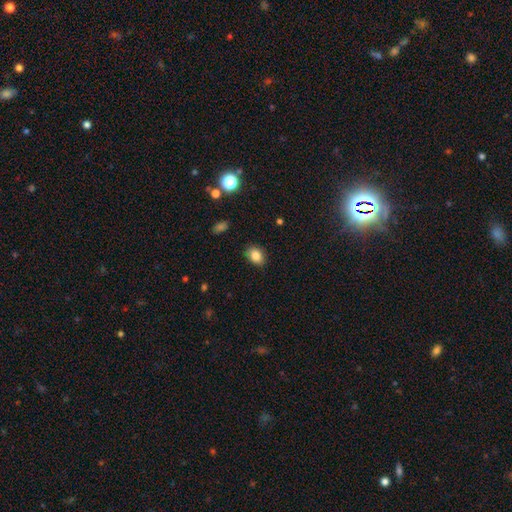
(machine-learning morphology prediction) Overall: smooth (84%). How rounded: in between (71%). Merging: none (87%).